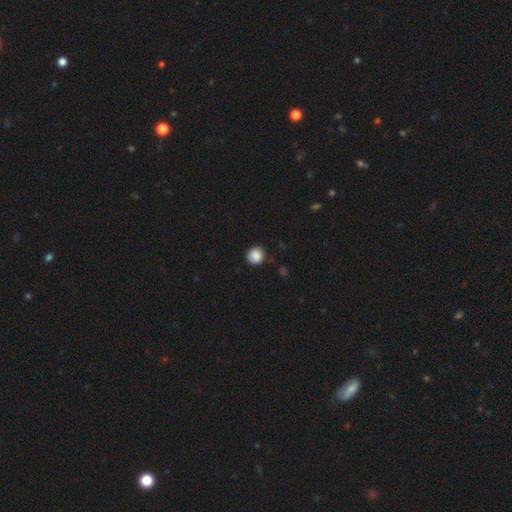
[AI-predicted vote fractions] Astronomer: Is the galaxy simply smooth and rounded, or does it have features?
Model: smooth — 88%.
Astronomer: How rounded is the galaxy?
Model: round — 90%.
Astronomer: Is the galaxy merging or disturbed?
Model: none — 86%.